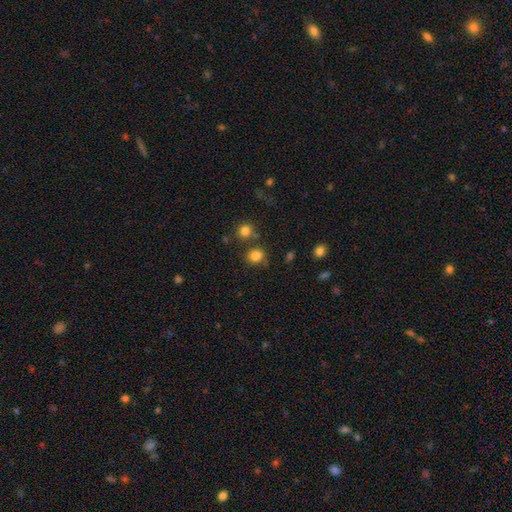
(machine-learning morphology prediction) This appears to be a smooth galaxy with no disk features (82%) that is round (75%). Merging: none (71%).